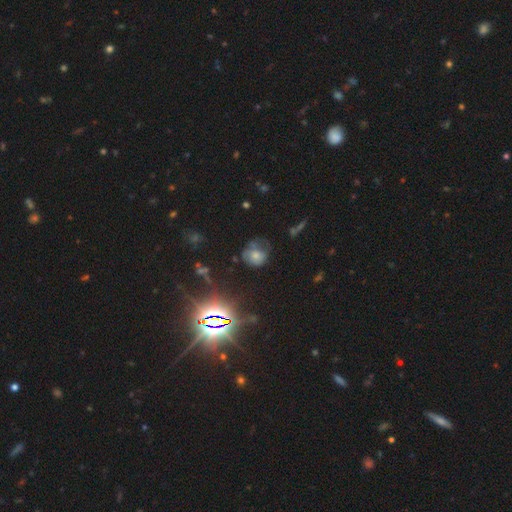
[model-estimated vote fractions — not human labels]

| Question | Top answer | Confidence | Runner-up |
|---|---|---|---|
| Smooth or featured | smooth | 57% | featured or disk (22%) |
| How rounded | round | 71% | in between (27%) |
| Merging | none | 46% | minor disturbance (29%) |